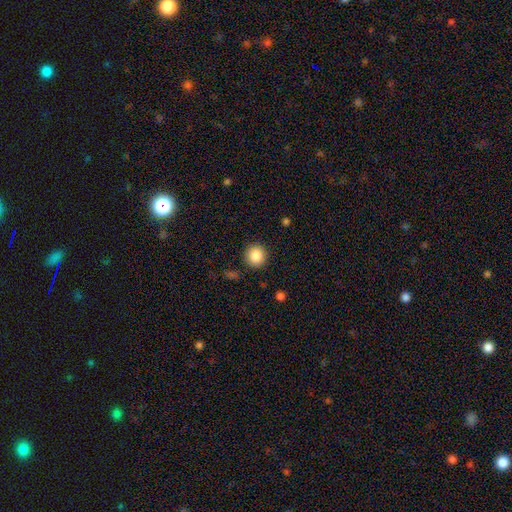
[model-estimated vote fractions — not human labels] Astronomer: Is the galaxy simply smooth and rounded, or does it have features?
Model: smooth — 86%.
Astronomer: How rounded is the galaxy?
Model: round — 93%.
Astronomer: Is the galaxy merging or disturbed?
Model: none — 90%.